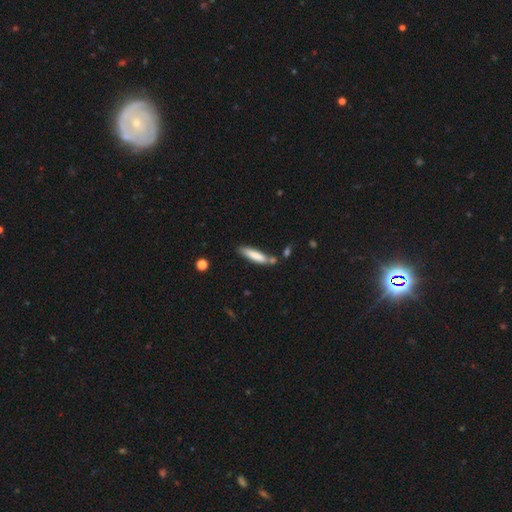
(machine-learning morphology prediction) smooth-or-featured: smooth: 78% | featured or disk: 16% | star or artifact: 6%
  how-rounded: cigar-shaped: 79% | in between: 20% | round: 1%
  merging: none: 65% | minor disturbance: 17% | merger: 14% | major disturbance: 4%